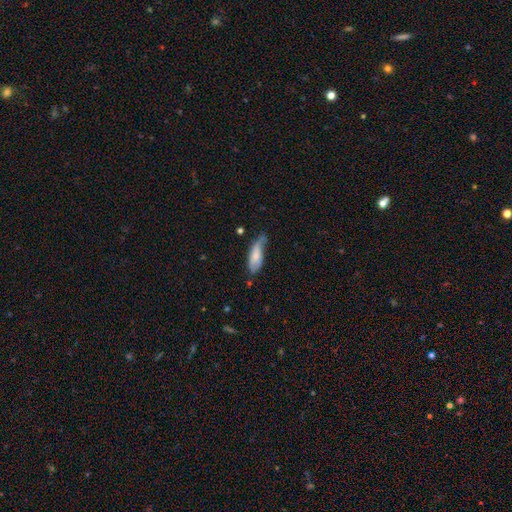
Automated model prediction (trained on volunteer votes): Overall: smooth (67%; featured or disk 27%). How rounded: in between (68%; cigar-shaped 30%). Merging: minor disturbance (41%; none 40%).